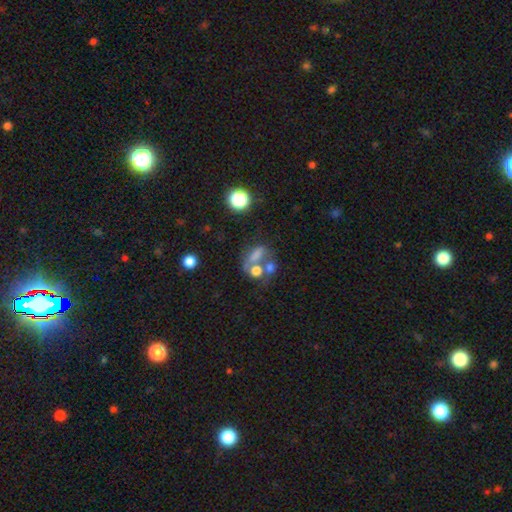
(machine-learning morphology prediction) smooth-or-featured: smooth: 52% | featured or disk: 27% | star or artifact: 21%
  how-rounded: in between: 60% | round: 35% | cigar-shaped: 5%
  merging: merger: 44% | none: 29% | major disturbance: 15% | minor disturbance: 12%